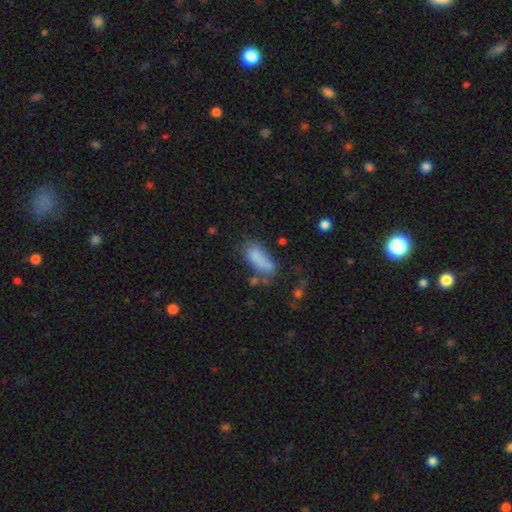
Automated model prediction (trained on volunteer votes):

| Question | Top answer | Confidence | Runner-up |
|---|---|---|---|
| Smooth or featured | smooth | 77% | featured or disk (12%) |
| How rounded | in between | 73% | cigar-shaped (24%) |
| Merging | none | 48% | minor disturbance (27%) |